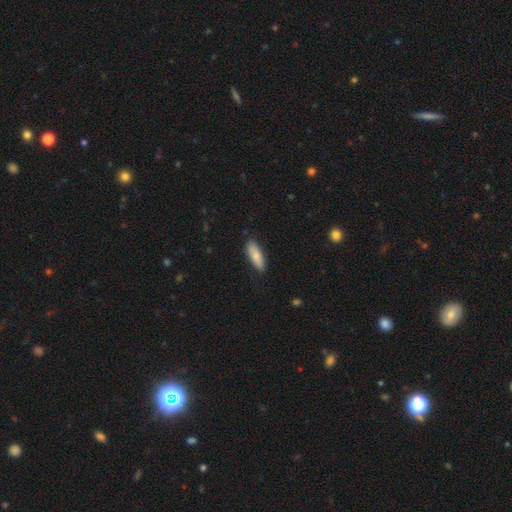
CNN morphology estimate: This is likely a smooth galaxy (78%). How rounded: possibly in between (60%). Merging: clearly none (84%).